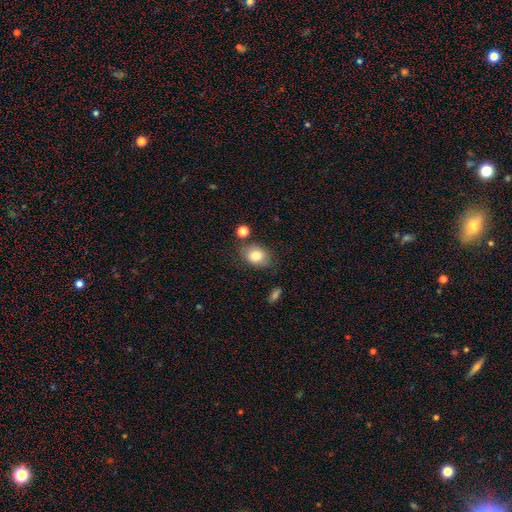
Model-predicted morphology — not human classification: A smooth galaxy with no disk features (81%) that is in between round and cigar-shaped (69%).

Vote fractions:
- Smooth or featured? smooth: 81% / featured or disk: 10% / star or artifact: 9%
- How rounded? in between: 69% / round: 30% / cigar-shaped: 1%
- Merging? none: 75% / minor disturbance: 16% / merger: 6% / major disturbance: 4%